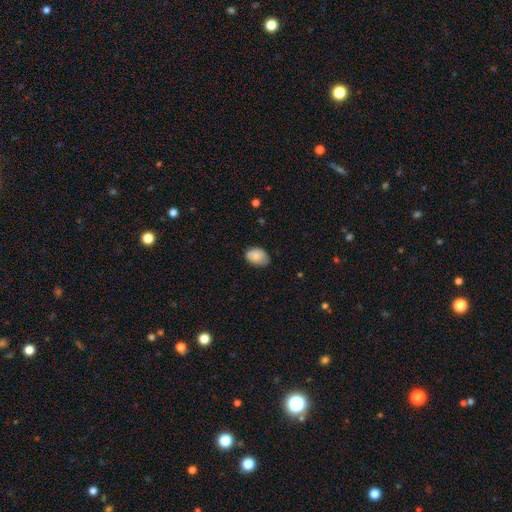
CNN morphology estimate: smooth 82%, featured or disk 10%, star or artifact 7%. Down the decision tree: how rounded — in between (81%); merging — none (66%).